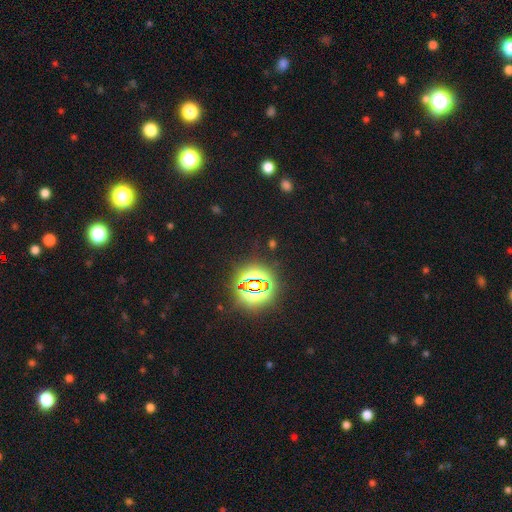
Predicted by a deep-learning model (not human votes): Overall: star or artifact (80%).